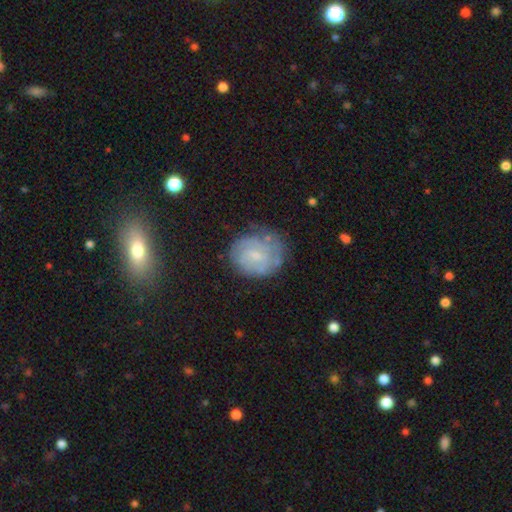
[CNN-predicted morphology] featured or disk 56%, smooth 35%, star or artifact 9%. Down the decision tree: edge-on disk — no (97%); bar — no (47%); spiral arms — yes (73%); bulge size — small (54%); merging — none (62%).